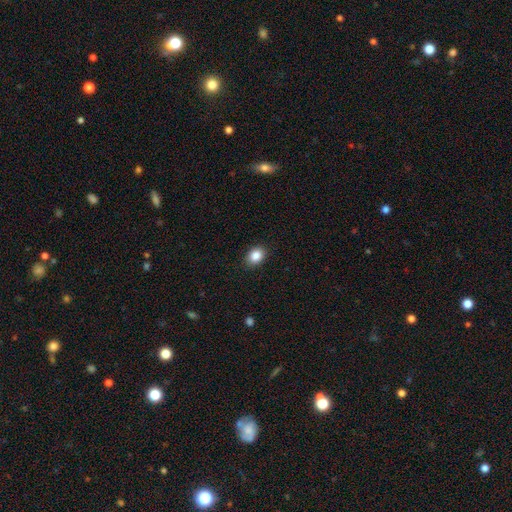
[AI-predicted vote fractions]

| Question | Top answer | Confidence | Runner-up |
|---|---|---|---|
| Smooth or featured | smooth | 87% | star or artifact (9%) |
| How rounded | in between | 62% | round (37%) |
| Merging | none | 88% | minor disturbance (9%) |